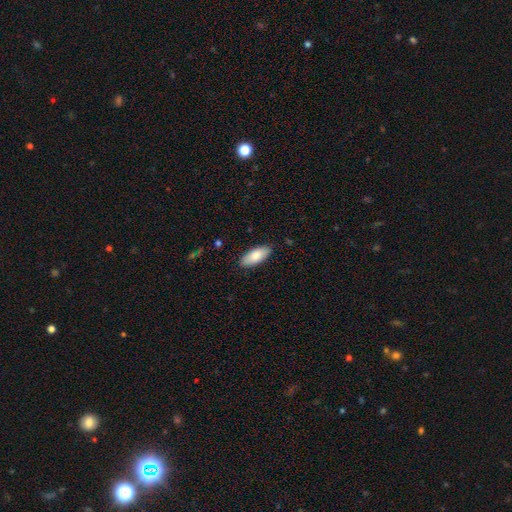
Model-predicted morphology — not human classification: type=smooth (84%); roundness=in between (87%); merging=none (87%).